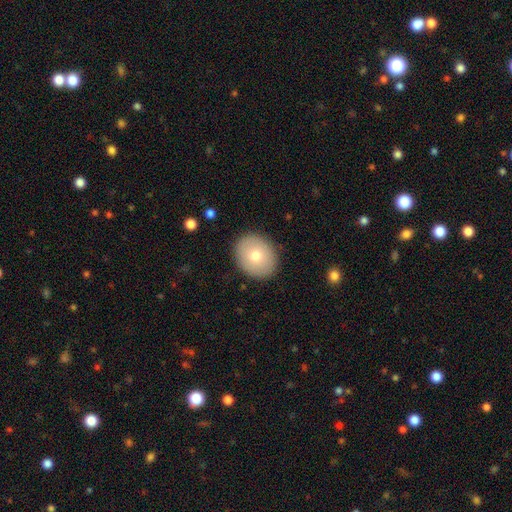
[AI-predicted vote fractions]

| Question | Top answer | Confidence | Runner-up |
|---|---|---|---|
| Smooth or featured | smooth | 75% | featured or disk (17%) |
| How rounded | round | 57% | in between (42%) |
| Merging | none | 90% | minor disturbance (7%) |